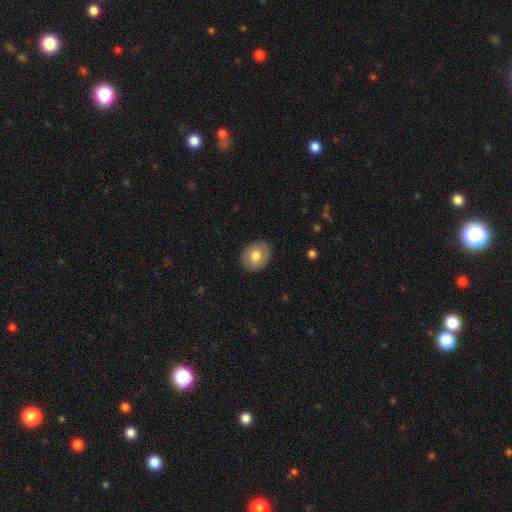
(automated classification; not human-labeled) smooth_or_featured: smooth (p=0.74) [alt: featured or disk p=0.19]
how_rounded: in between (p=0.51) [alt: round p=0.48]
merging: none (p=0.86) [alt: minor disturbance p=0.10]